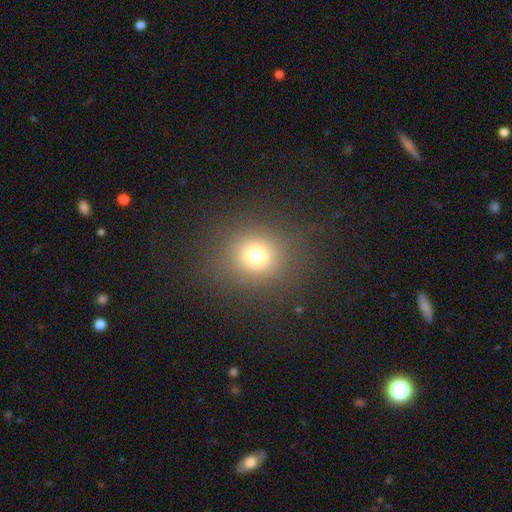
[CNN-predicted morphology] type=smooth (71%); roundness=round (86%); merging=none (86%).